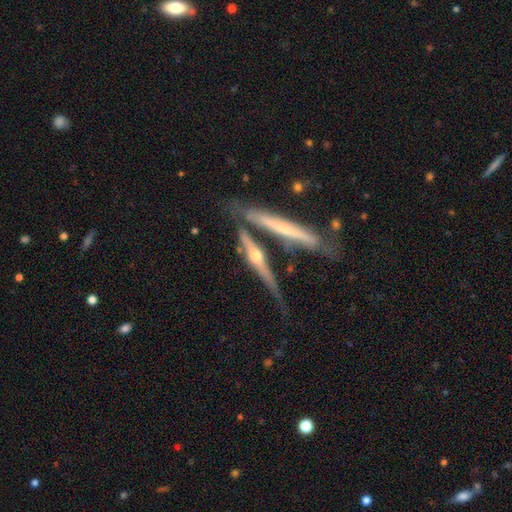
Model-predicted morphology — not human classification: Q: Smooth or featured?
A: featured or disk (76%); runner-up: smooth (17%)
Q: Edge-on disk?
A: yes (94%); runner-up: no (6%)
Q: Edge-on bulge?
A: rounded (86%); runner-up: none (10%)
Q: Merging?
A: none (62%); runner-up: merger (17%)